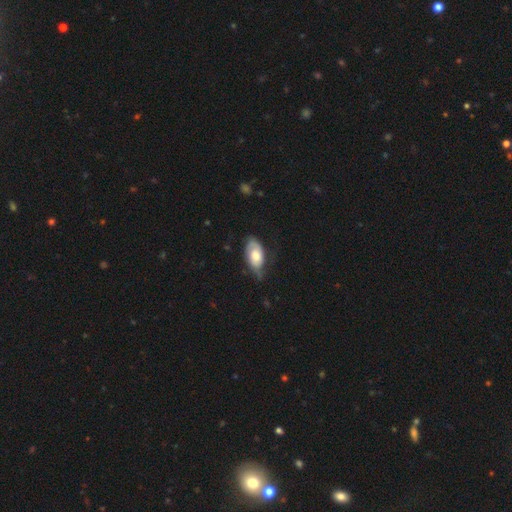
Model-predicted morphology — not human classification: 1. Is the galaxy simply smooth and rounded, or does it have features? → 49% smooth, 45% featured or disk, 6% star or artifact.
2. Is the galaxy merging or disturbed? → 47% none, 38% minor disturbance, 13% major disturbance, 2% merger.